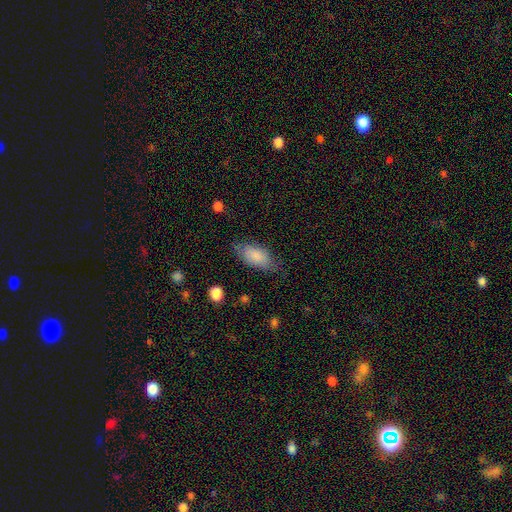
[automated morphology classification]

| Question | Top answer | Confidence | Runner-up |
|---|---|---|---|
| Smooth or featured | smooth | 82% | featured or disk (12%) |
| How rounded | in between | 89% | cigar-shaped (9%) |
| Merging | none | 70% | minor disturbance (22%) |